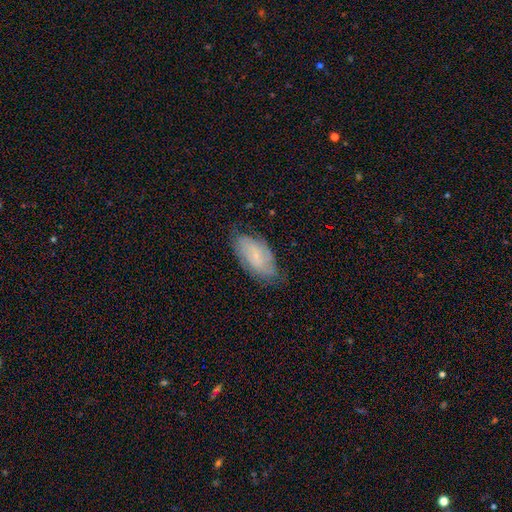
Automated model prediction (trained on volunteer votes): Morphology: type=featured or disk (52%); edge-on=no (92%); merging=none (69%).